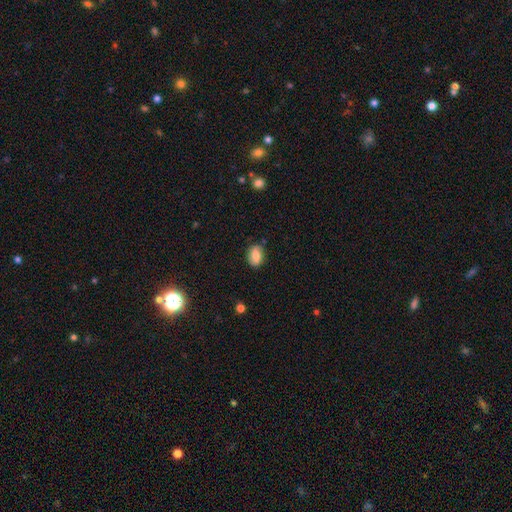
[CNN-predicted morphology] smooth-or-featured: smooth: 73% | featured or disk: 18% | star or artifact: 8%
  how-rounded: in between: 80% | round: 17% | cigar-shaped: 3%
  merging: none: 77% | minor disturbance: 17% | major disturbance: 4% | merger: 2%